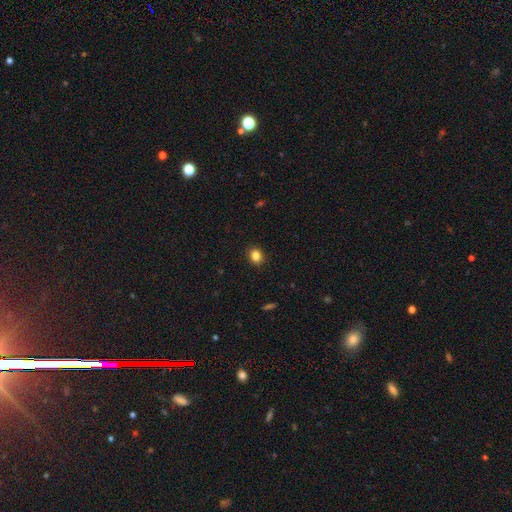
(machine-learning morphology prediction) smooth 84%, star or artifact 11%, featured or disk 5%. Down the decision tree: how rounded — round (60%); merging — none (91%).